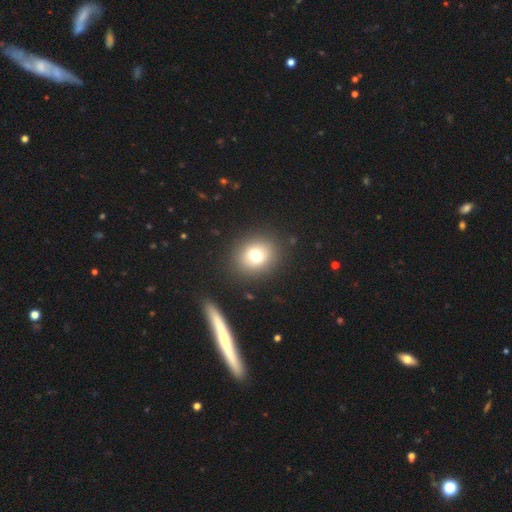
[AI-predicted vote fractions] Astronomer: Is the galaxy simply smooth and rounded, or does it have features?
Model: smooth — 72%.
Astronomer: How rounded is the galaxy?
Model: round — 65%.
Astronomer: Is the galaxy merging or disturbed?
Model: none — 85%.